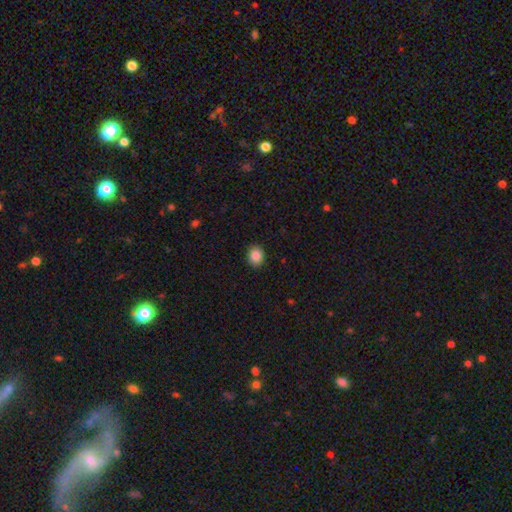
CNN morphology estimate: smooth_or_featured: smooth (p=0.86) [alt: star or artifact p=0.09]
how_rounded: round (p=0.62) [alt: in between p=0.37]
merging: none (p=0.91) [alt: minor disturbance p=0.06]